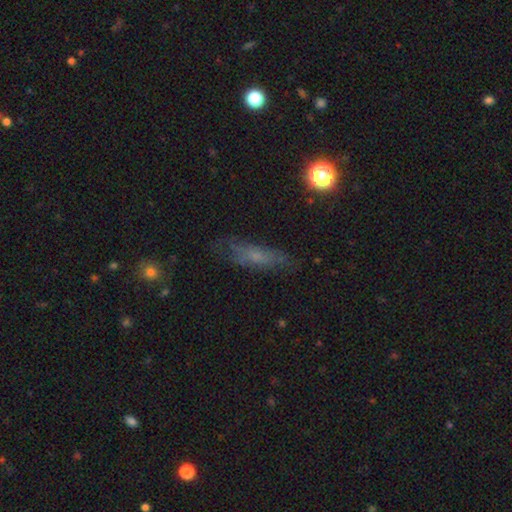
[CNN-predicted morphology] A smooth galaxy with no disk features (49%). Merging: none (68%).